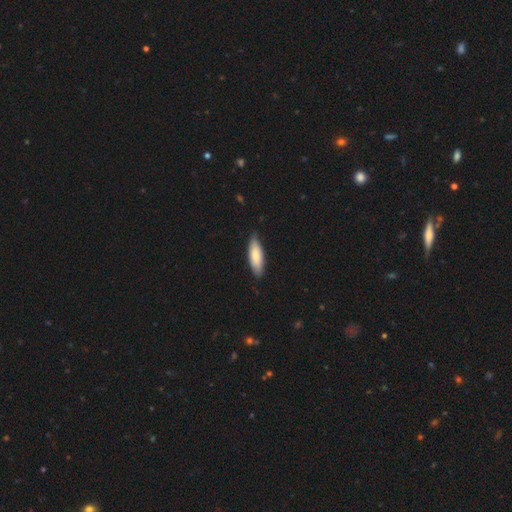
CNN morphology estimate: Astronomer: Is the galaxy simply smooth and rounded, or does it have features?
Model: smooth — 80%.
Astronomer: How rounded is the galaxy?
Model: in between — 57% (runner-up: cigar-shaped, 42%).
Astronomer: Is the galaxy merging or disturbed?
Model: none — 84%.